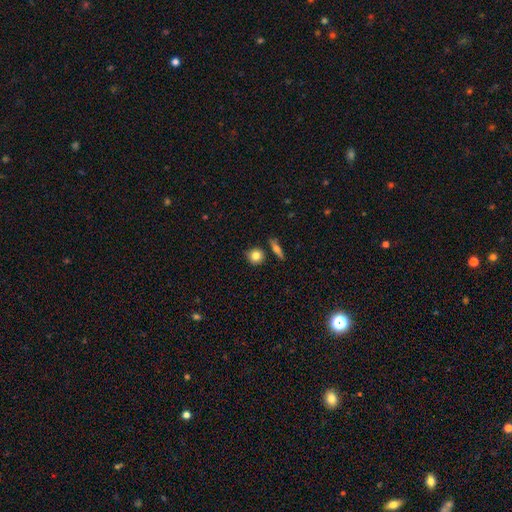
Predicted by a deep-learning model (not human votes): Smooth or featured?
  - smooth: 82% *
  - featured or disk: 10%
  - star or artifact: 9%
How rounded?
  - round: 87% *
  - in between: 11%
  - cigar-shaped: 2%
Merging?
  - none: 81% *
  - minor disturbance: 10%
  - merger: 7%
  - major disturbance: 3%